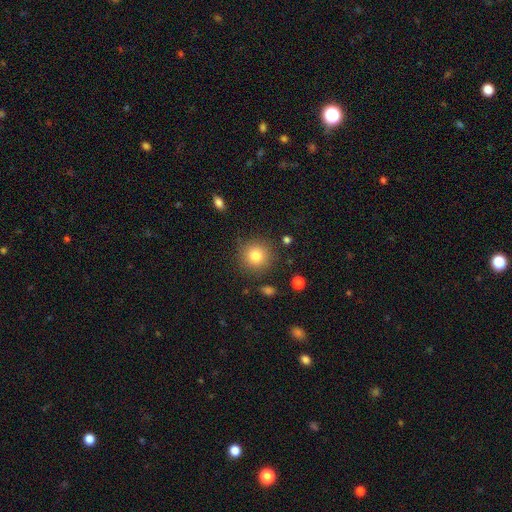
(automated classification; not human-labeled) The model was most divided on "smooth or featured": smooth: 81%, star or artifact: 11%, featured or disk: 8%. More confident: how rounded — round (93%); merging — none (86%).